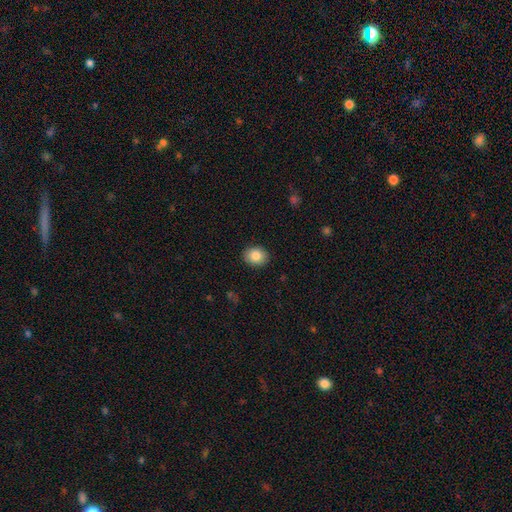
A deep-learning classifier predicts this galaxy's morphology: The model was most divided on "how rounded": round: 52%, in between: 47%, cigar-shaped: 1%. More confident: merging — none (90%); smooth or featured — smooth (85%).